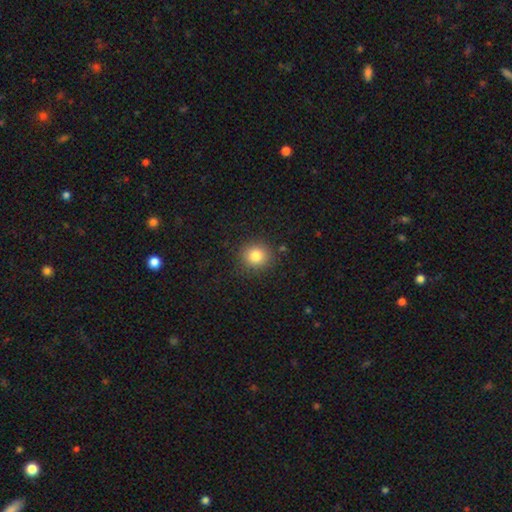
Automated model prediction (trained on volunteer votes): Q: Smooth or featured?
A: smooth (83%); runner-up: star or artifact (11%)
Q: How rounded?
A: round (87%); runner-up: in between (12%)
Q: Merging?
A: none (88%); runner-up: minor disturbance (8%)